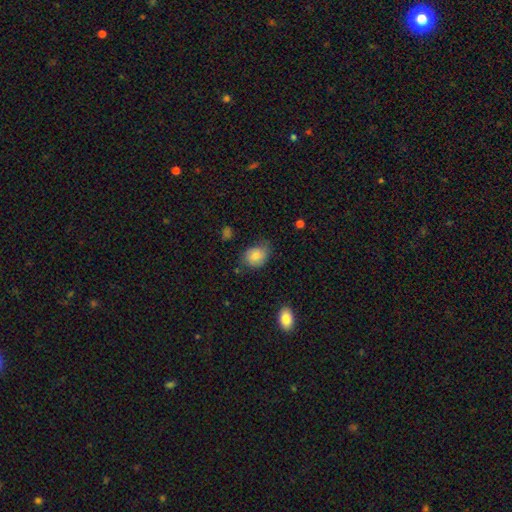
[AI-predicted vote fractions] A smooth galaxy with no disk features (81%) that is in between round and cigar-shaped (60%).

Vote fractions:
- Smooth or featured? smooth: 81% / featured or disk: 11% / star or artifact: 8%
- How rounded? in between: 60% / round: 39% / cigar-shaped: 1%
- Merging? none: 62% / minor disturbance: 29% / major disturbance: 7% / merger: 2%